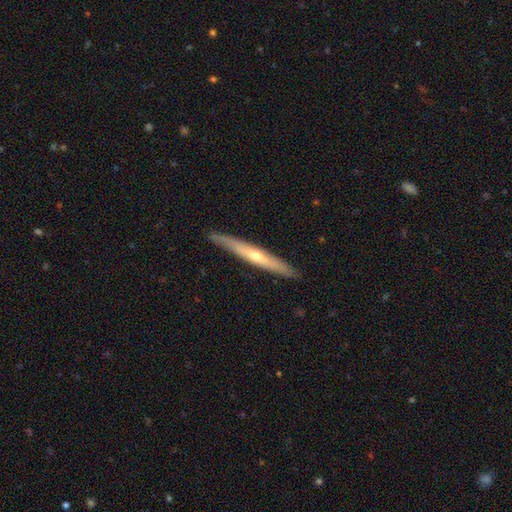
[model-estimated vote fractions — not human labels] smooth-or-featured: featured or disk: 64% | smooth: 31% | star or artifact: 6%
  disk-edge-on: yes: 94% | no: 6%
    edge-on-bulge: rounded: 73% | none: 25% | boxy: 2%
  merging: none: 89% | minor disturbance: 8% | major disturbance: 1% | merger: 1%